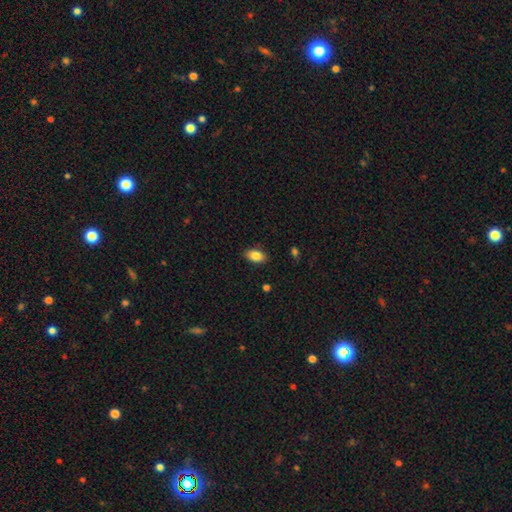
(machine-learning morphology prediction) Smooth or featured: smooth — 85% (star or artifact — 8%)
How rounded: in between — 91% (round — 7%)
Merging: none — 88% (minor disturbance — 9%)